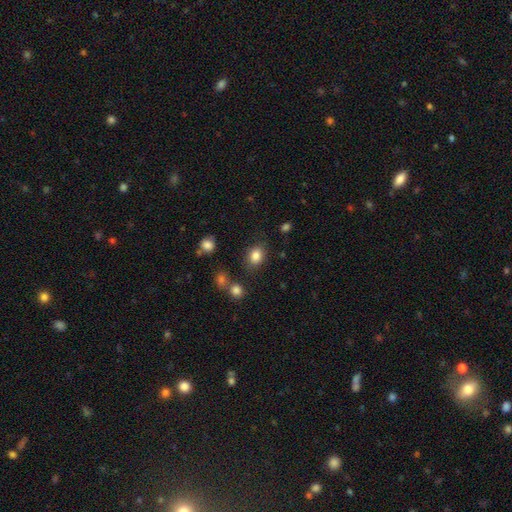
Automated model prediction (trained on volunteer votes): smooth-or-featured: smooth: 83% | star or artifact: 10% | featured or disk: 6%
  how-rounded: in between: 58% | round: 41% | cigar-shaped: 1%
  merging: none: 80% | minor disturbance: 13% | merger: 4% | major disturbance: 4%